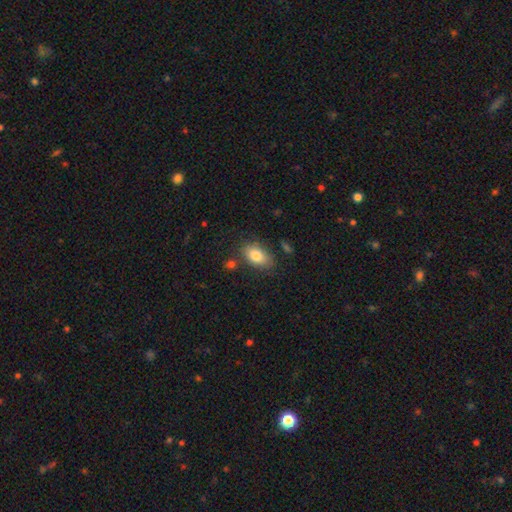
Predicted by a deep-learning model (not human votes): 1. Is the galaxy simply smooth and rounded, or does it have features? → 82% smooth, 11% featured or disk, 8% star or artifact.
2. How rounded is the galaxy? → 90% in between, 8% round, 2% cigar-shaped.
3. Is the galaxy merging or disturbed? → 75% none, 16% minor disturbance, 5% merger, 4% major disturbance.